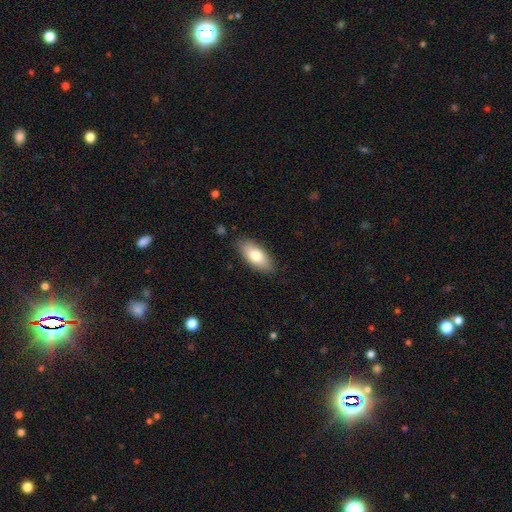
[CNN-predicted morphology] A smooth galaxy with no disk features (78%) that is in between round and cigar-shaped (87%). Merging: none (85%).